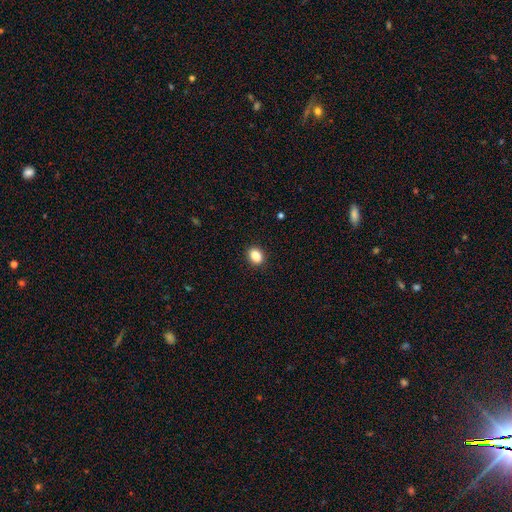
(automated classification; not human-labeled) Q: Smooth or featured?
A: smooth (87%); runner-up: star or artifact (9%)
Q: How rounded?
A: in between (63%); runner-up: round (36%)
Q: Merging?
A: none (91%); runner-up: minor disturbance (7%)